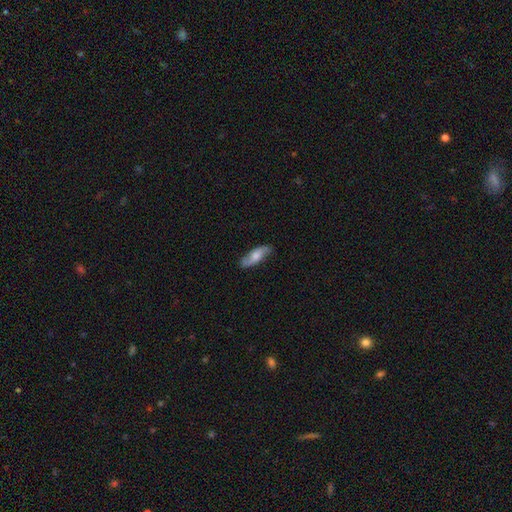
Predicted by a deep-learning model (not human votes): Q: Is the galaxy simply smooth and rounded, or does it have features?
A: smooth — 51%.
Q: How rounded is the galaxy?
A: in between — 58%.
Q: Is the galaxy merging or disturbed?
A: none — 82%.